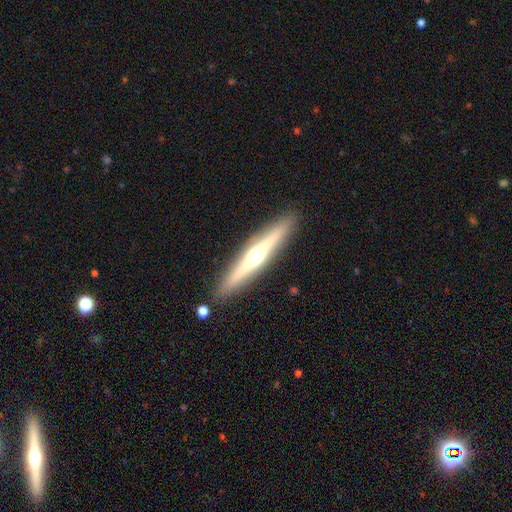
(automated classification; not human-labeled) Smooth or featured: featured or disk — 70% (smooth — 25%)
Edge-on disk: yes — 96% (no — 4%)
Edge-on bulge: rounded — 90% (none — 6%)
Merging: none — 90% (minor disturbance — 7%)